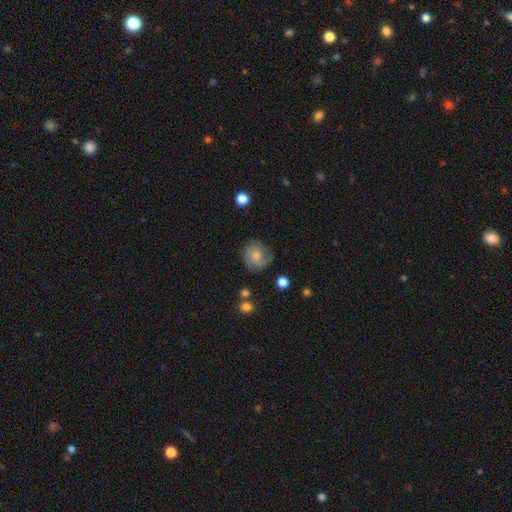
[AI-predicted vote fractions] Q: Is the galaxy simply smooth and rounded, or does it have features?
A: featured or disk — 49%.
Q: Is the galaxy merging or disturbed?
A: none — 70%.